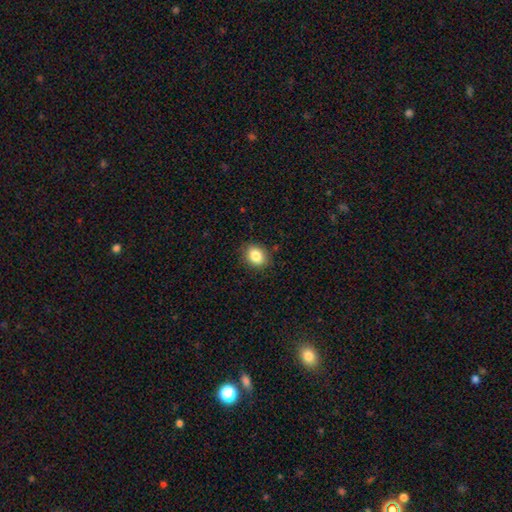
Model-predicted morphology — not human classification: Smooth or featured?
  - smooth: 84% *
  - star or artifact: 9%
  - featured or disk: 6%
How rounded?
  - in between: 56% *
  - round: 43%
  - cigar-shaped: 1%
Merging?
  - none: 86% *
  - minor disturbance: 10%
  - major disturbance: 3%
  - merger: 1%